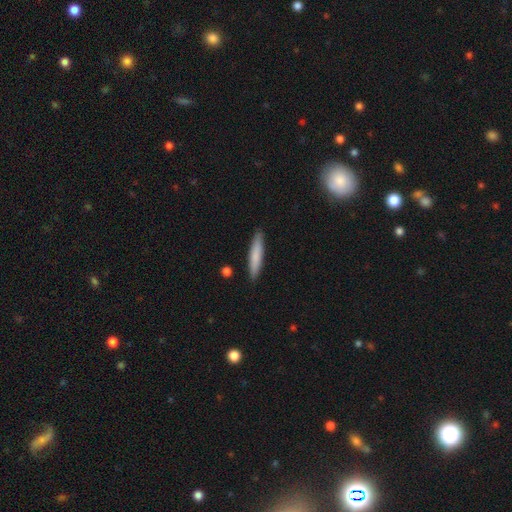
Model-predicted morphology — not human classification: Smooth or featured? smooth (79%)
How rounded? cigar-shaped (88%)
Merging? none (88%)